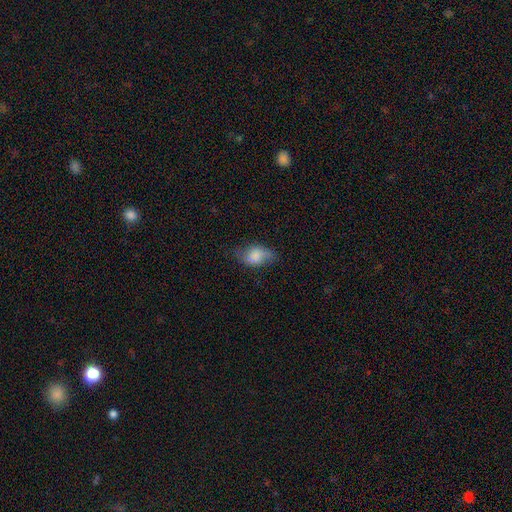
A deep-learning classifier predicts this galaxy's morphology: Overall: smooth (67%). How rounded: in between (84%). Merging: none (54%; minor disturbance 31%).